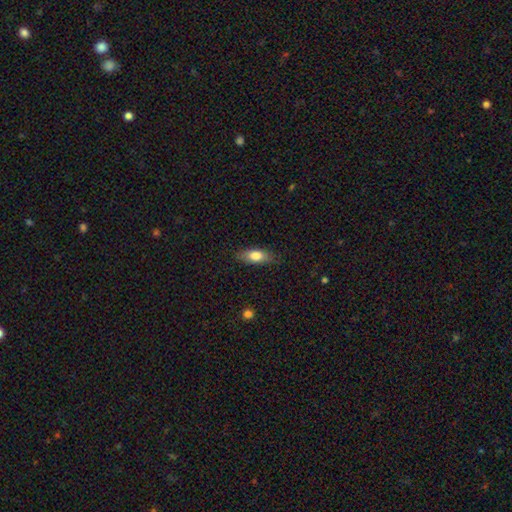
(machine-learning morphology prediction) type=smooth (76%); roundness=in between (76%); merging=none (83%).